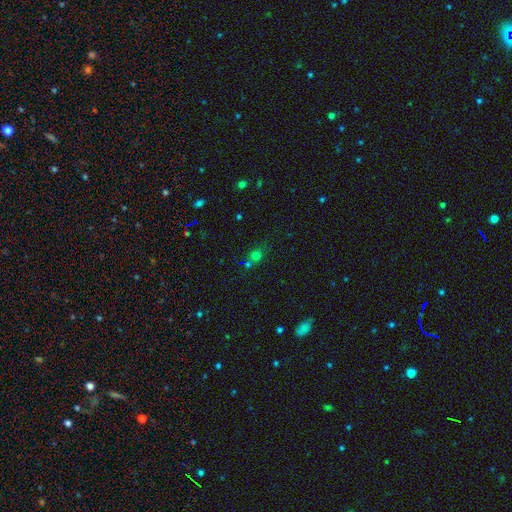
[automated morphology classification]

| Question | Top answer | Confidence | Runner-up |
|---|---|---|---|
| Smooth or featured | smooth | 62% | star or artifact (29%) |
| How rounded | round | 81% | in between (18%) |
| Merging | none | 64% | merger (18%) |